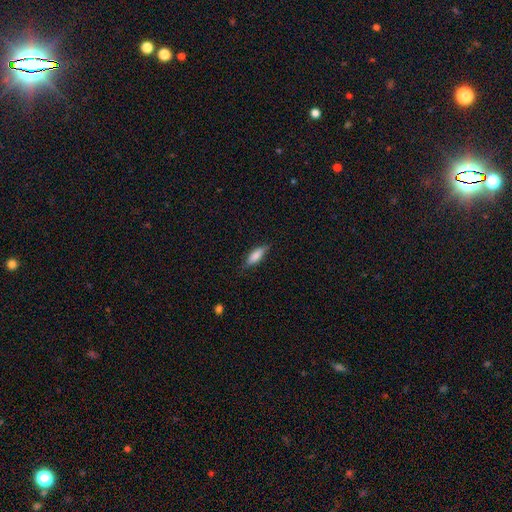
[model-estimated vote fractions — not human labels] The model was most divided on "how rounded": in between: 59%, cigar-shaped: 39%, round: 2%. More confident: smooth or featured — smooth (80%); merging — none (72%).